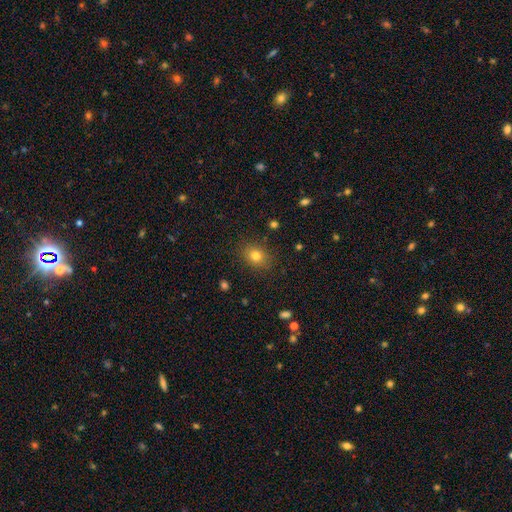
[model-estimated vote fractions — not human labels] Q: Smooth or featured?
A: smooth (79%); runner-up: star or artifact (12%)
Q: How rounded?
A: in between (50%); runner-up: round (49%)
Q: Merging?
A: none (86%); runner-up: minor disturbance (10%)